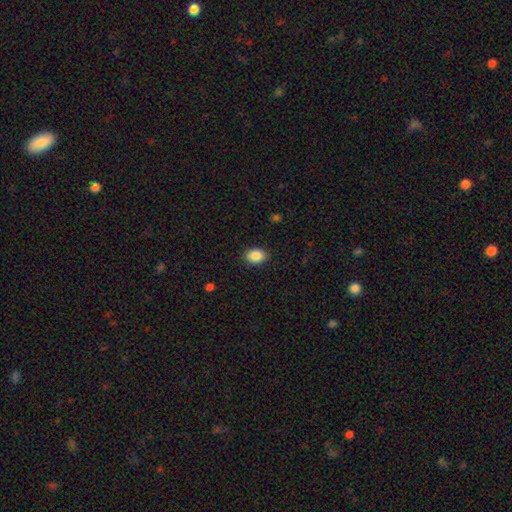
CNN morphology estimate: This appears to be a smooth galaxy with no disk features (88%) that is in between round and cigar-shaped (72%). Merging: none (87%).